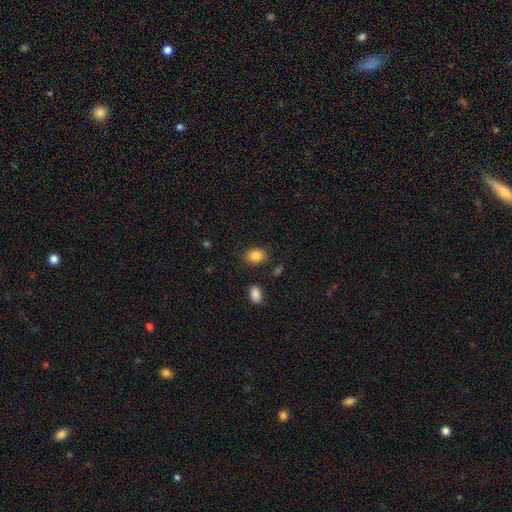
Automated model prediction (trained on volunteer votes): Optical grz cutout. It shows a smooth galaxy with no disk features (86%) that is in between round and cigar-shaped (74%). Merging: none (84%).